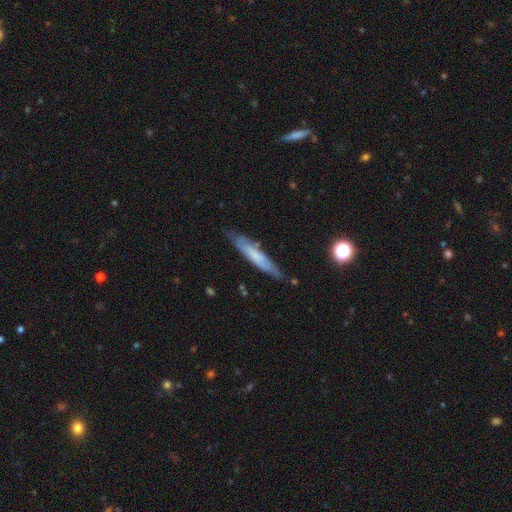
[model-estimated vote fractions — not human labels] A smooth galaxy with no disk features (52%) that is cigar-shaped (87%). Merging: none (74%).